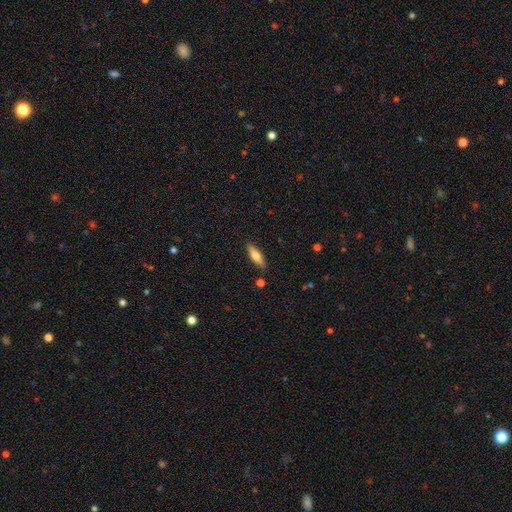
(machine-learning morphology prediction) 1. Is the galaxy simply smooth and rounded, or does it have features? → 67% smooth, 27% featured or disk, 6% star or artifact.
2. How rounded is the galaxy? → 54% cigar-shaped, 44% in between, 2% round.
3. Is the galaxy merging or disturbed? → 85% none, 10% minor disturbance, 3% merger, 2% major disturbance.